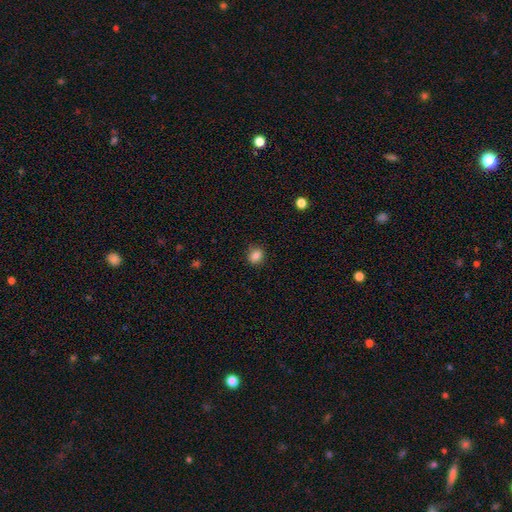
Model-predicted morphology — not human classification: Overall: smooth (85%). How rounded: round (62%; in between 37%). Merging: none (85%).